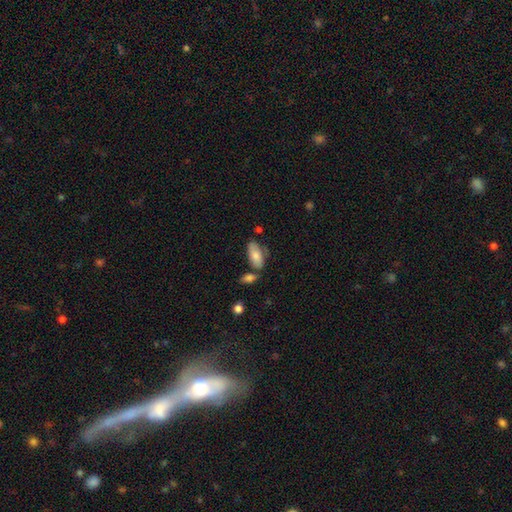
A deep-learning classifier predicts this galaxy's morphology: Overall: smooth (77%). How rounded: in between (91%). Merging: none (59%; minor disturbance 21%).